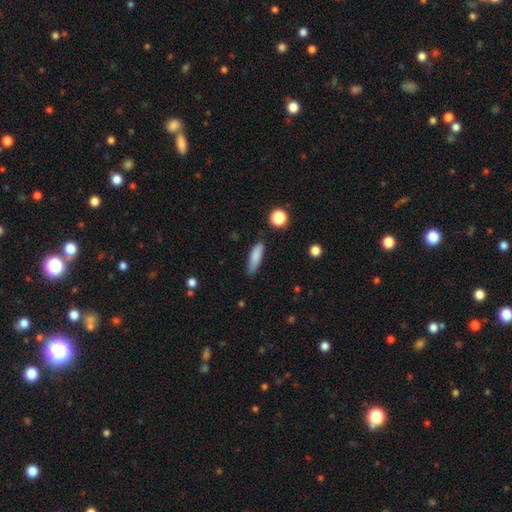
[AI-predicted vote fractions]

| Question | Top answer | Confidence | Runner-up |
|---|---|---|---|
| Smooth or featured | smooth | 84% | featured or disk (9%) |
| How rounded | cigar-shaped | 57% | in between (41%) |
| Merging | none | 81% | minor disturbance (14%) |